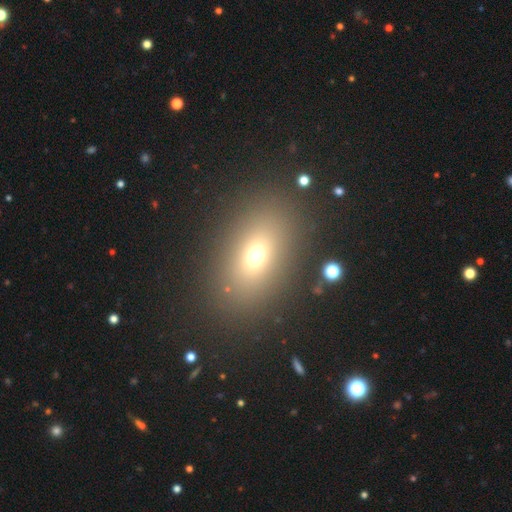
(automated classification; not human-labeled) A smooth galaxy with no disk features (68%) that is in between round and cigar-shaped (75%).

Vote fractions:
- Smooth or featured? smooth: 68% / star or artifact: 18% / featured or disk: 14%
- How rounded? in between: 75% / round: 22% / cigar-shaped: 3%
- Merging? none: 85% / minor disturbance: 8% / major disturbance: 5% / merger: 2%